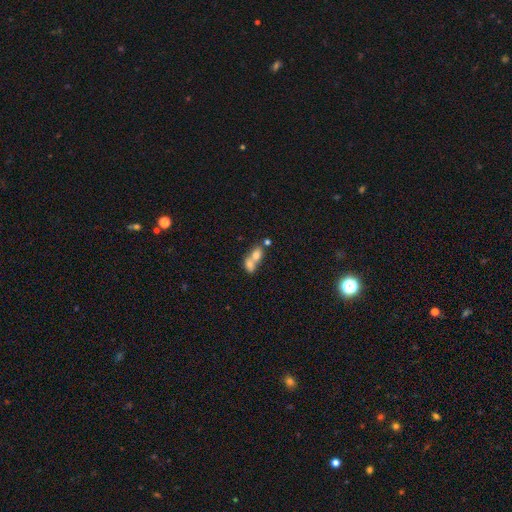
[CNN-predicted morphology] Smooth or featured? smooth (69%)
How rounded? in between (58%)
Merging? merger (75%)